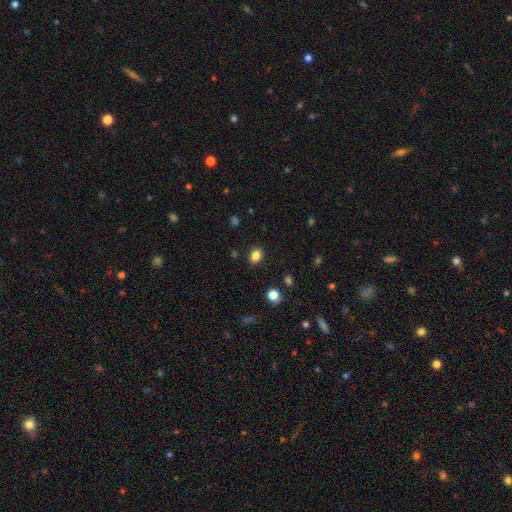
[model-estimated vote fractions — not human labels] Q: Smooth or featured?
A: smooth (84%); runner-up: star or artifact (11%)
Q: How rounded?
A: in between (64%); runner-up: round (35%)
Q: Merging?
A: none (87%); runner-up: minor disturbance (9%)